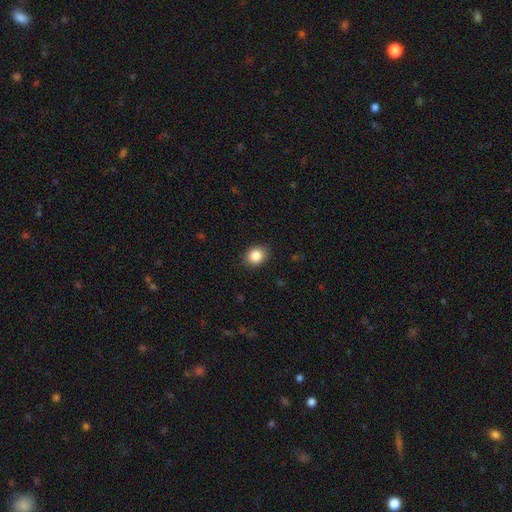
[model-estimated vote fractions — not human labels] smooth-or-featured: smooth: 86% | star or artifact: 9% | featured or disk: 5%
  how-rounded: round: 55% | in between: 44% | cigar-shaped: 1%
  merging: none: 86% | minor disturbance: 11% | major disturbance: 2% | merger: 1%